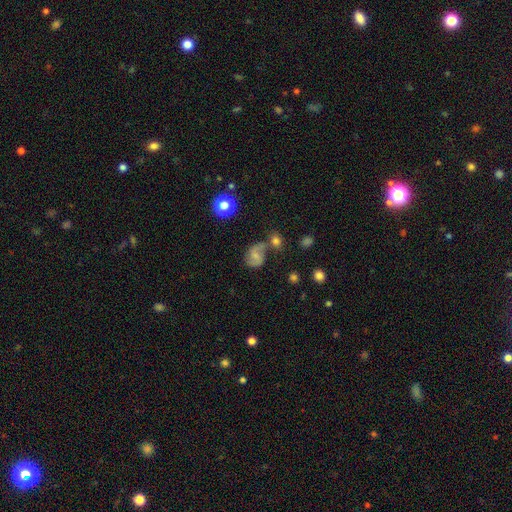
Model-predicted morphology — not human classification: This is possibly a featured or disk galaxy (50%). It is clearly not viewed edge-on (97%). Merging: possibly none (47%).